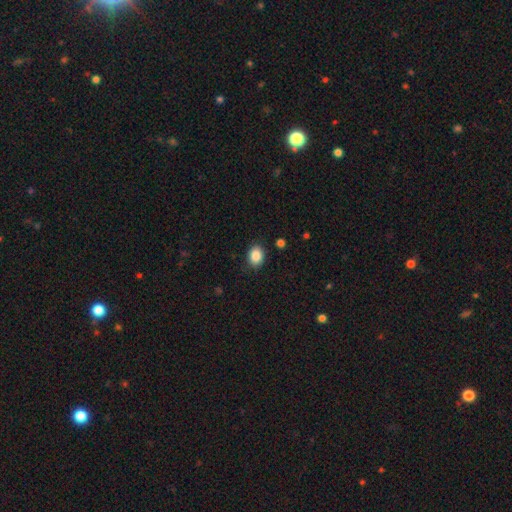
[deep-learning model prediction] Overall: smooth (87%). How rounded: in between (60%; round 39%). Merging: none (86%).